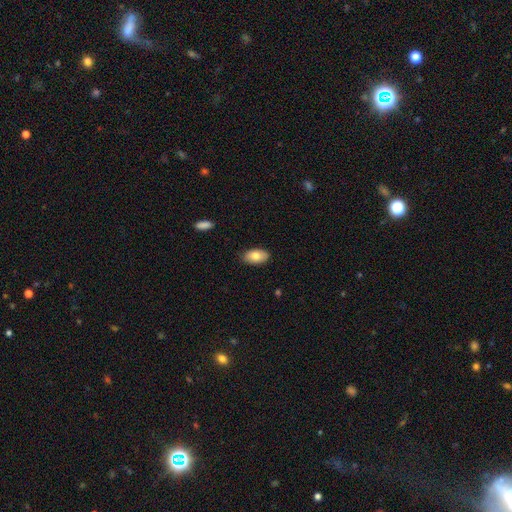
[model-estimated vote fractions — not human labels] Q: Smooth or featured?
A: smooth (80%); runner-up: featured or disk (14%)
Q: How rounded?
A: in between (94%); runner-up: round (4%)
Q: Merging?
A: none (86%); runner-up: minor disturbance (11%)